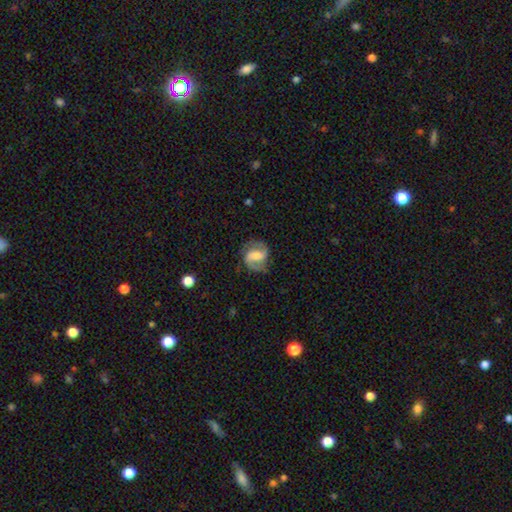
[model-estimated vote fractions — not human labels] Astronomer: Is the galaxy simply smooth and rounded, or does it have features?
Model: featured or disk — 77%.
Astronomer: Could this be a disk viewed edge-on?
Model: no — 97%.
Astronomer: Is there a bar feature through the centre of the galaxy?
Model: weak — 44% (runner-up: strong, 40%).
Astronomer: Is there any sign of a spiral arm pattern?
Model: yes — 93%.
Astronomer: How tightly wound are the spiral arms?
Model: medium — 50% (runner-up: loose, 29%).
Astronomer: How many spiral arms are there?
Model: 2 — 89%.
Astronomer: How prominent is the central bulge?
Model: moderate — 42% (runner-up: small, 28%).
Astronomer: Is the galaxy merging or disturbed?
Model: none — 74%.